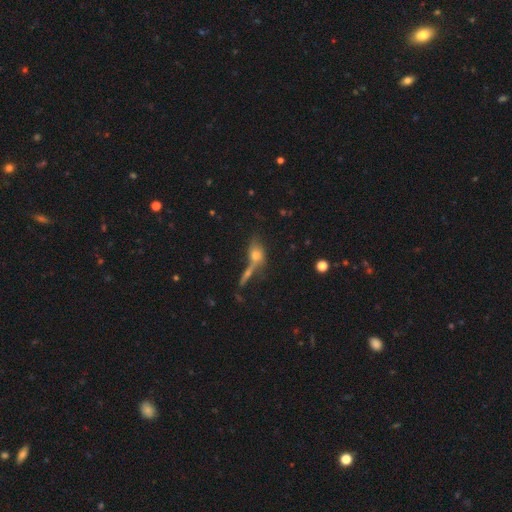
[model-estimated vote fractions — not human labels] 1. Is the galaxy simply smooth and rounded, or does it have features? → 53% smooth, 31% featured or disk, 17% star or artifact.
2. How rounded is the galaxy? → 56% in between, 27% round, 16% cigar-shaped.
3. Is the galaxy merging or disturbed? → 39% none (tied), 39% merger (tied), 13% minor disturbance, 9% major disturbance.